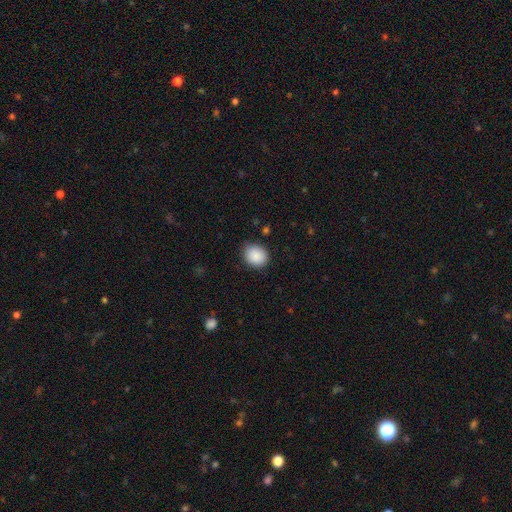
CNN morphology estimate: Smooth or featured?
  - smooth: 89% *
  - star or artifact: 7%
  - featured or disk: 3%
How rounded?
  - round: 62% *
  - in between: 37%
  - cigar-shaped: 1%
Merging?
  - none: 83% *
  - minor disturbance: 14%
  - major disturbance: 3%
  - merger: 1%